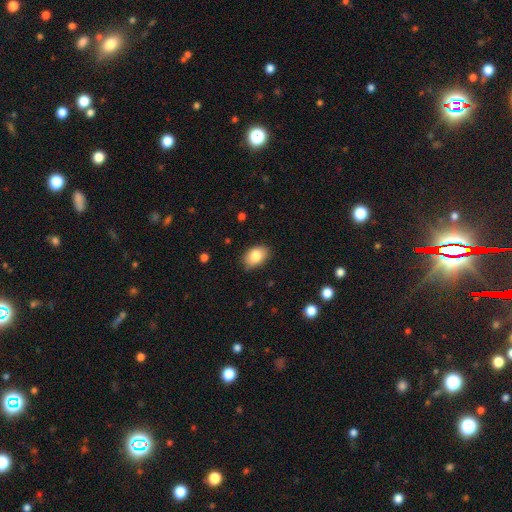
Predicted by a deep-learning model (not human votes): The model was most divided on "merging": none: 80%, minor disturbance: 16%, major disturbance: 3%, merger: 1%. More confident: smooth or featured — smooth (84%); how rounded — in between (84%).